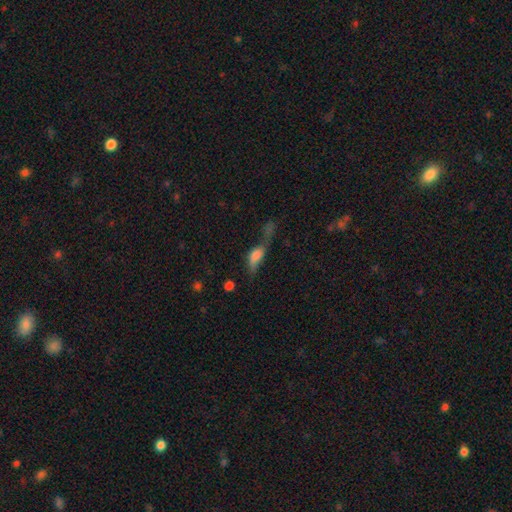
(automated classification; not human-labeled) A smooth galaxy with no disk features (62%) that is in between round and cigar-shaped (75%). Merging: major disturbance (36%).